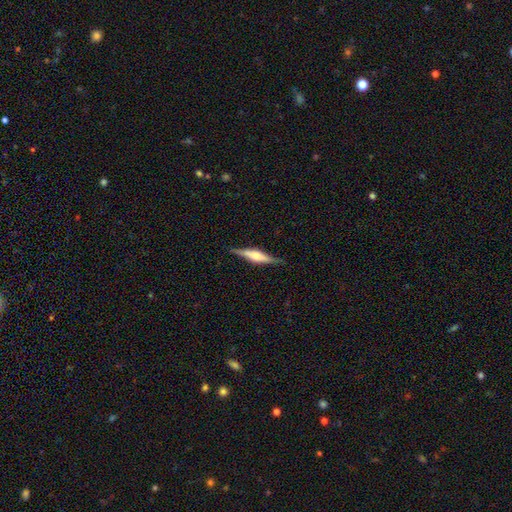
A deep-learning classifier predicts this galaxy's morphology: Overall: featured or disk (68%). Edge-on disk: yes (97%). Edge-on bulge: rounded (71%). Merging: none (85%).